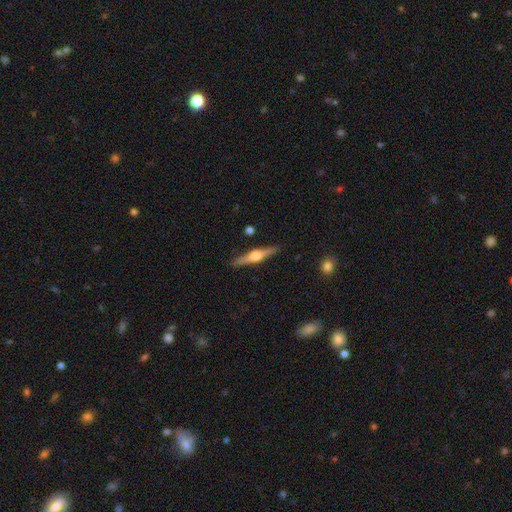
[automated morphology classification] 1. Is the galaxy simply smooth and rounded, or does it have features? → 76% featured or disk, 18% smooth, 5% star or artifact.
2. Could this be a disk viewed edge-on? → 98% yes, 2% no.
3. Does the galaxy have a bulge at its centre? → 93% rounded, 5% boxy, 2% none.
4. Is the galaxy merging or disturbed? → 90% none, 7% minor disturbance, 2% major disturbance, 1% merger.